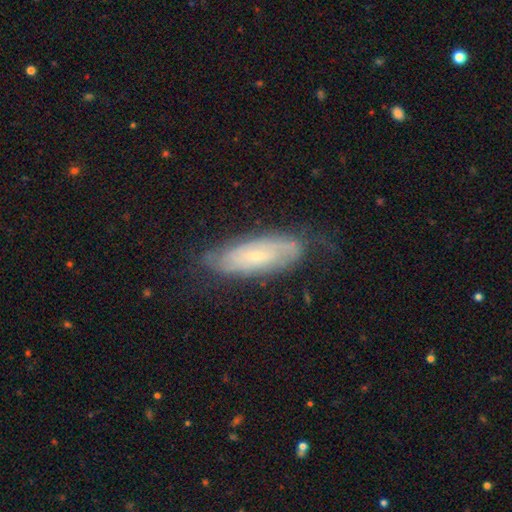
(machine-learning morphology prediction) smooth-or-featured: featured or disk: 67% | smooth: 26% | star or artifact: 7%
  disk-edge-on: no: 83% | yes: 17%
    bar: no: 63% | weak: 30% | strong: 7%
    has-spiral-arms: yes: 87% | no: 13%
    bulge-size: small: 72% | moderate: 22% | none: 4% | large: 1% | dominant: 1%
  merging: none: 70% | minor disturbance: 22% | major disturbance: 7% | merger: 1%